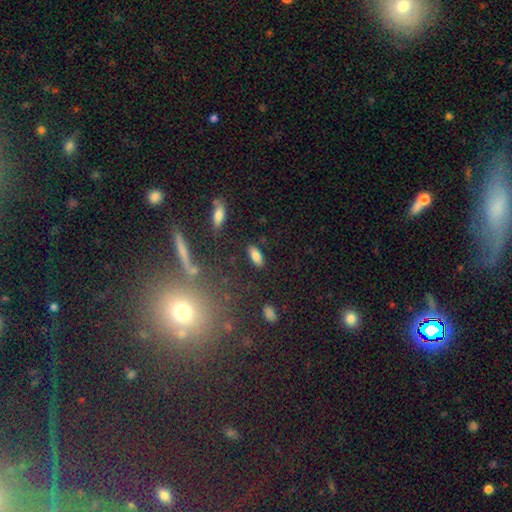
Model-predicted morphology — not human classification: The model was most divided on "how rounded": in between: 83%, cigar-shaped: 15%, round: 3%. More confident: merging — none (85%); smooth or featured — smooth (81%).